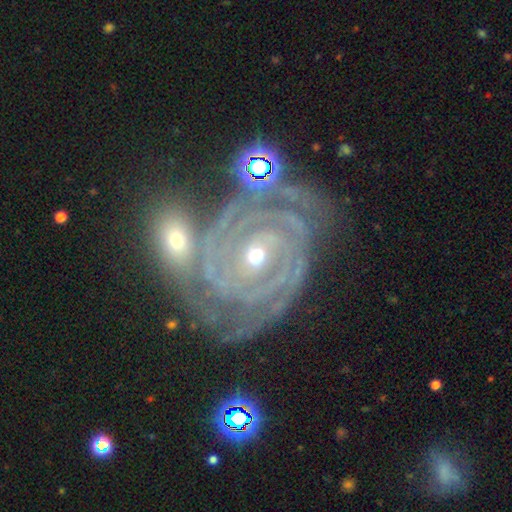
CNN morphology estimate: Smooth or featured?
  - featured or disk: 89% *
  - star or artifact: 7%
  - smooth: 4%
Edge-on disk?
  - no: 97% *
  - yes: 3%
Bar?
  - no: 46% *
  - weak: 34%
  - strong: 20%
Spiral arms?
  - yes: 98% *
  - no: 2%
Spiral winding?
  - tight: 84% *
  - medium: 14%
  - loose: 2%
Spiral arm count?
  - 2: 25% * (tied)
  - 3: 25% * (tied)
  - can't tell: 21%
  - 4: 14%
  - more than 4: 8%
  - 1: 7%
Bulge size?
  - small: 65% *
  - moderate: 32%
  - large: 1%
  - none: 1%
  - dominant: 1%
Merging?
  - none: 56% *
  - merger: 22%
  - minor disturbance: 15%
  - major disturbance: 7%